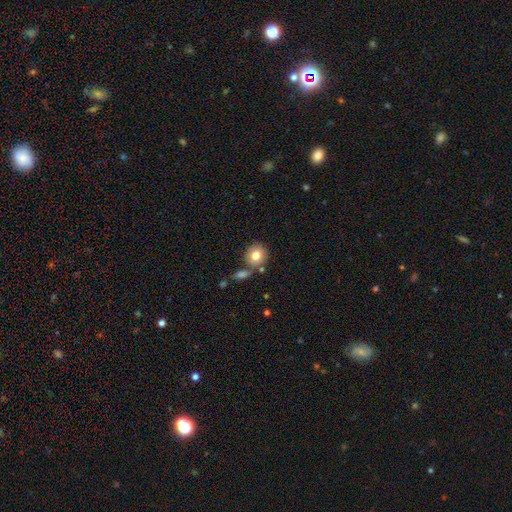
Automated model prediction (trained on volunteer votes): A smooth galaxy with no disk features (78%) that is round (84%). Merging: none (67%).